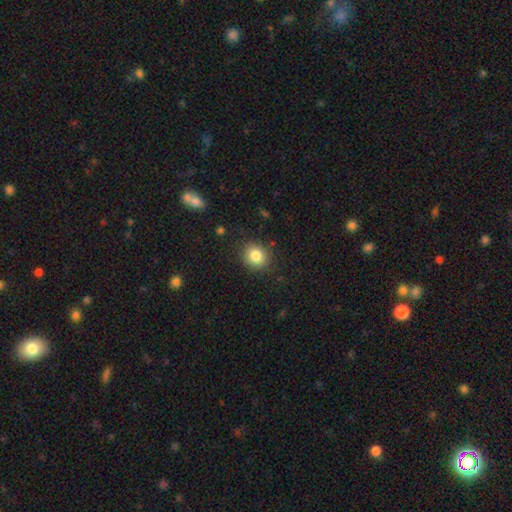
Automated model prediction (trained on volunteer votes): Overall: smooth (83%). How rounded: round (71%). Merging: none (86%).